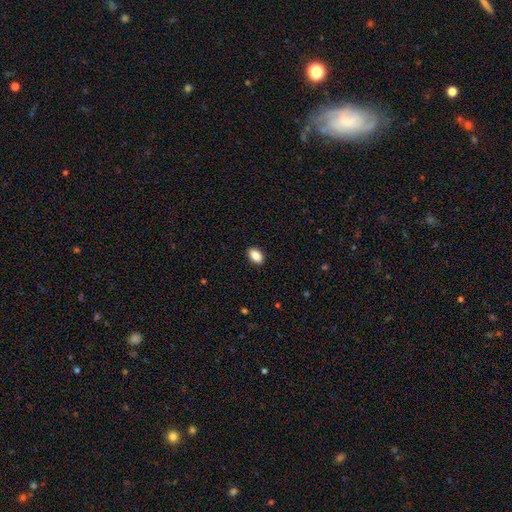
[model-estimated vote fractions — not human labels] smooth 88%, star or artifact 7%, featured or disk 5%. Down the decision tree: how rounded — in between (91%); merging — none (90%).